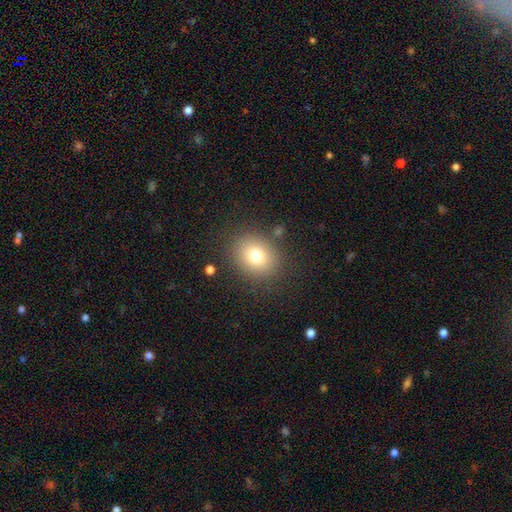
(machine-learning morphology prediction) smooth 75%, star or artifact 13%, featured or disk 12%. Down the decision tree: how rounded — round (67%); merging — none (84%).